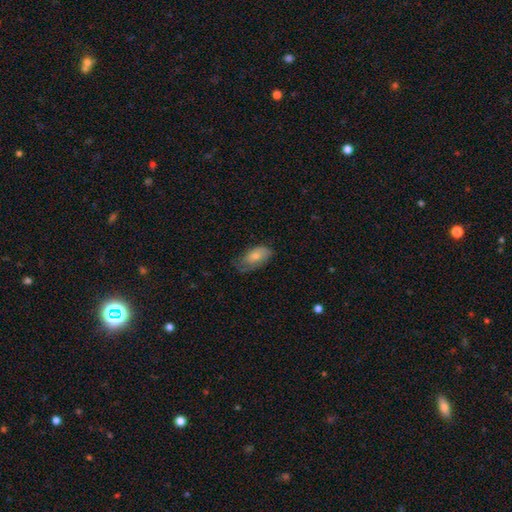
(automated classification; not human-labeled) smooth_or_featured: smooth (p=0.70) [alt: featured or disk p=0.23]
how_rounded: in between (p=0.92) [alt: round p=0.04]
merging: none (p=0.51) [alt: minor disturbance p=0.35]